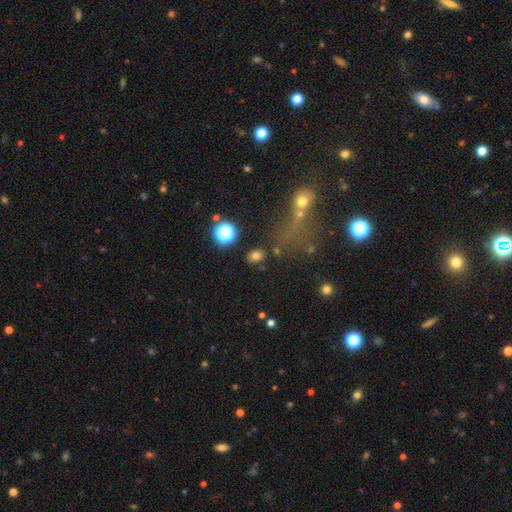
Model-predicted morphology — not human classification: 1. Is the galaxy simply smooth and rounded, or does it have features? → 74% smooth, 18% star or artifact, 8% featured or disk.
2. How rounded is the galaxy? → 65% in between, 33% round, 2% cigar-shaped.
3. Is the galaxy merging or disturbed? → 78% none, 11% minor disturbance, 6% merger, 5% major disturbance.